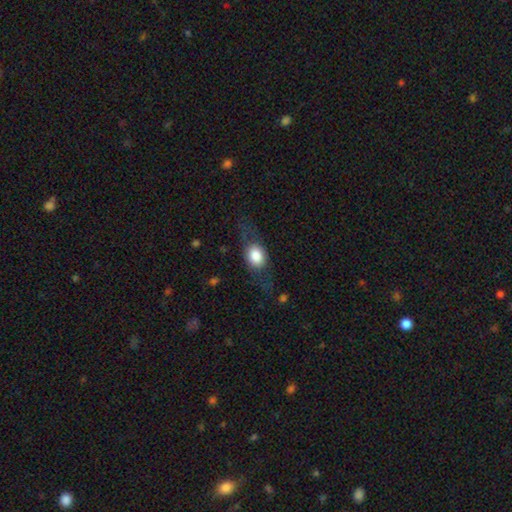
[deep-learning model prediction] The model was most divided on "how rounded": in between: 66%, round: 30%, cigar-shaped: 4%. More confident: smooth or featured — smooth (70%); merging — none (64%).